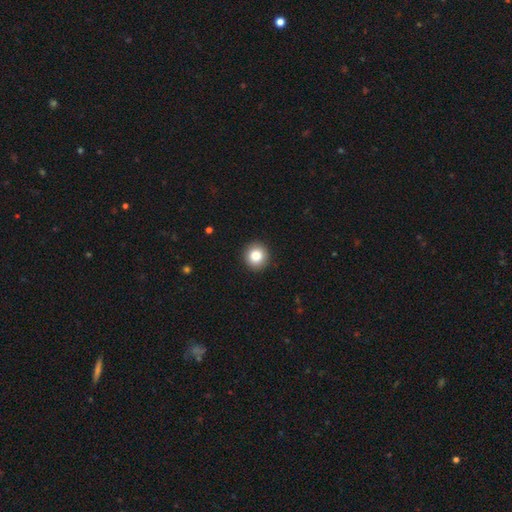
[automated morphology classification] Overall: smooth (85%). How rounded: round (92%). Merging: none (92%).